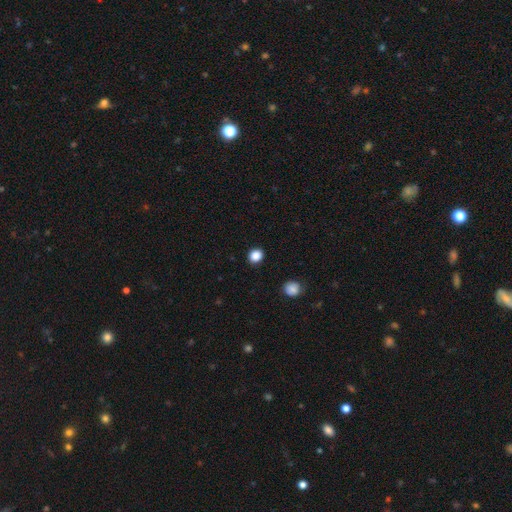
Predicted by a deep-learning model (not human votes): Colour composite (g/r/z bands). It shows a smooth galaxy with no disk features (86%) that is round (80%). Merging: none (91%).